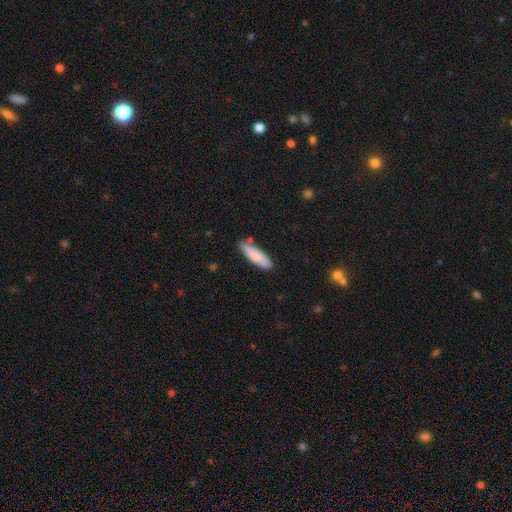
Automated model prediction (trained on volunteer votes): The model was most divided on "how rounded": cigar-shaped: 65%, in between: 33%, round: 1%. More confident: smooth or featured — smooth (81%); merging — none (78%).